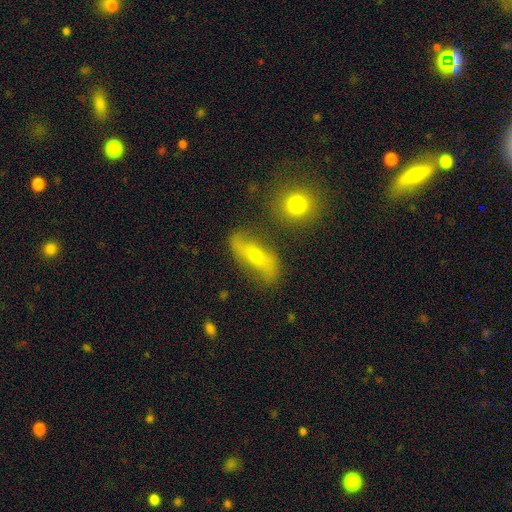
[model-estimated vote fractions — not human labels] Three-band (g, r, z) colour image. It shows a featured or disk galaxy (59%). Merging: none (66%).